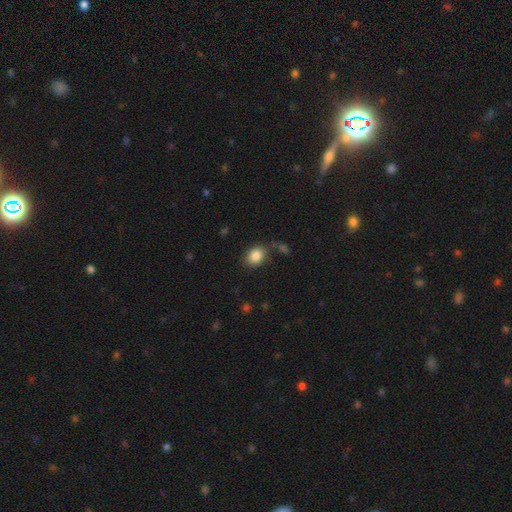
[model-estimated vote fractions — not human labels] A smooth galaxy with no disk features (86%) that is in between round and cigar-shaped (67%). Merging: none (72%).